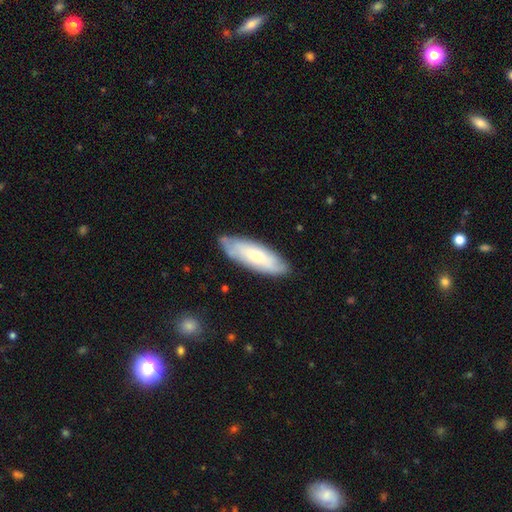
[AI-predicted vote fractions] Smooth or featured: smooth — 57% (featured or disk — 37%)
How rounded: in between — 59% (cigar-shaped — 40%)
Merging: none — 78% (minor disturbance — 17%)